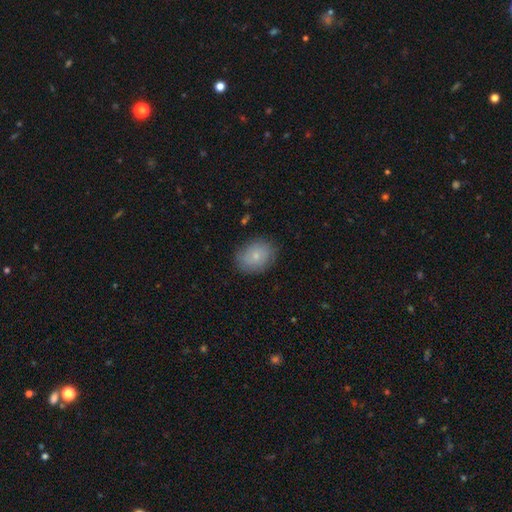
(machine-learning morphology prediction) A smooth galaxy with no disk features (67%) that is in between round and cigar-shaped (59%).

Vote fractions:
- Smooth or featured? smooth: 67% / featured or disk: 25% / star or artifact: 8%
- How rounded? in between: 59% / round: 40% / cigar-shaped: 1%
- Merging? none: 80% / minor disturbance: 15% / major disturbance: 4% / merger: 1%